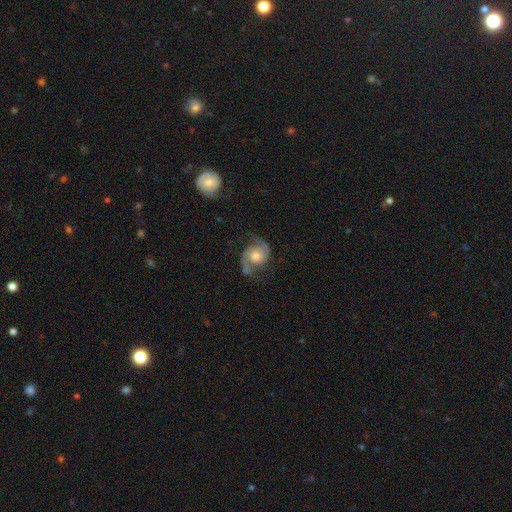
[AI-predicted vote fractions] Overall: featured or disk (83%). Edge-on disk: no (98%). Bar: no (71%). Spiral arms: yes (96%). Spiral arm count: 2 (92%). Spiral winding: medium (51%; loose 31%). Bulge size: moderate (61%). Merging: none (70%).